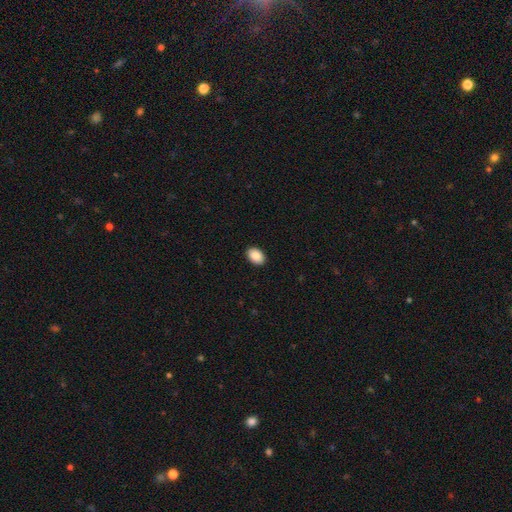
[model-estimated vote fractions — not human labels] The model was most divided on "how rounded": in between: 85%, round: 14%, cigar-shaped: 1%. More confident: merging — none (91%); smooth or featured — smooth (89%).